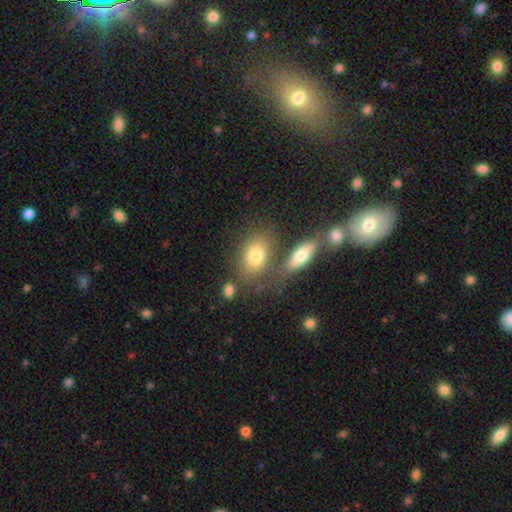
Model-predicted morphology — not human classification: Smooth or featured?
  - smooth: 75% *
  - featured or disk: 15%
  - star or artifact: 10%
How rounded?
  - in between: 78% *
  - round: 20%
  - cigar-shaped: 3%
Merging?
  - none: 60% *
  - merger: 22%
  - minor disturbance: 13%
  - major disturbance: 5%